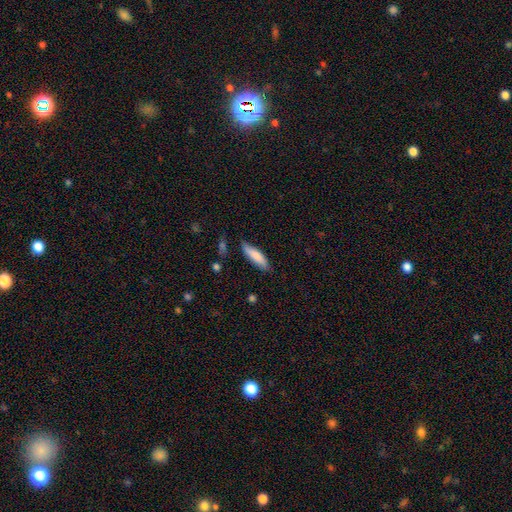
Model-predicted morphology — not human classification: The model was most divided on "how rounded": cigar-shaped: 61%, in between: 38%, round: 1%. More confident: smooth or featured — smooth (81%); merging — none (77%).